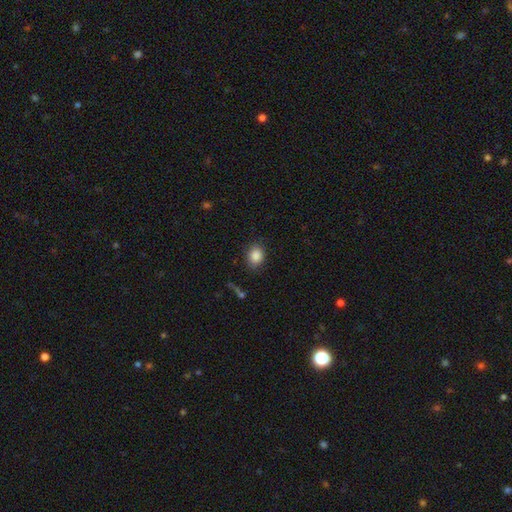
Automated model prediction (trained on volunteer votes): Smooth or featured: smooth — 87% (star or artifact — 9%)
How rounded: in between — 53% (round — 46%)
Merging: none — 83% (minor disturbance — 12%)